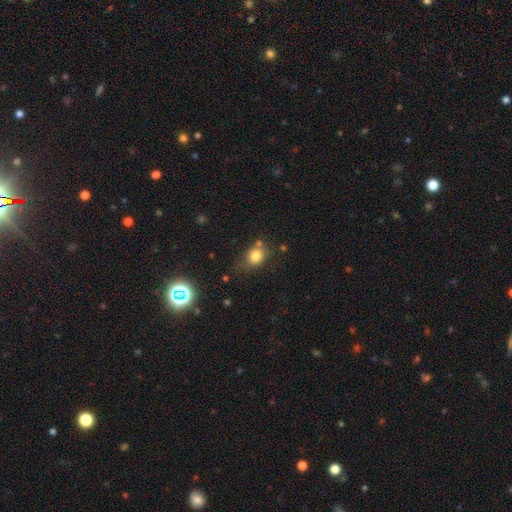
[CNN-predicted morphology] Smooth or featured?
  - smooth: 79% *
  - star or artifact: 13%
  - featured or disk: 8%
How rounded?
  - round: 56% *
  - in between: 42%
  - cigar-shaped: 1%
Merging?
  - none: 61% *
  - minor disturbance: 22%
  - merger: 10%
  - major disturbance: 7%